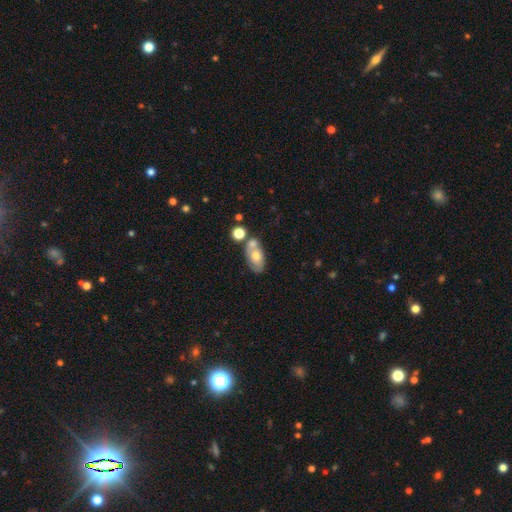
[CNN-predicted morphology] type=smooth (58%); roundness=in between (88%); merging=none (44%).